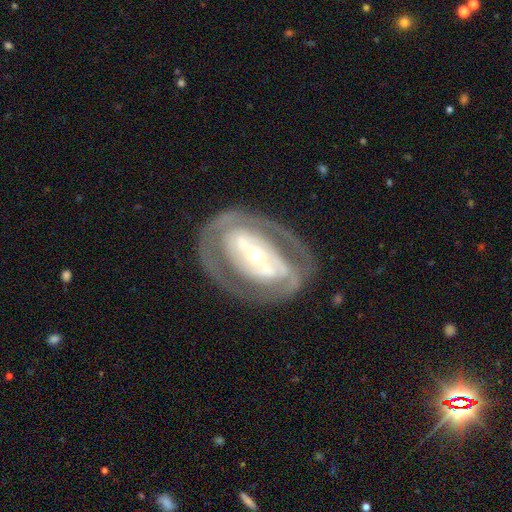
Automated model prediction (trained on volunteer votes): This is clearly a featured or disk galaxy (83%). It is clearly not viewed edge-on (94%). Bar: possibly strong (58%). Spiral arm pattern: likely yes (73%). Spiral arm count: likely 2 (64%). Spiral winding: possibly tight (59%). Central bulge: possibly small (56%). Merging: likely none (75%).